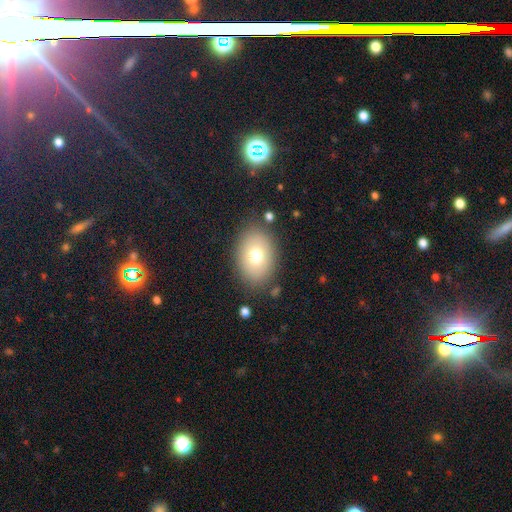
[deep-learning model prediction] smooth 73%, featured or disk 17%, star or artifact 10%. Down the decision tree: how rounded — in between (76%); merging — none (82%).